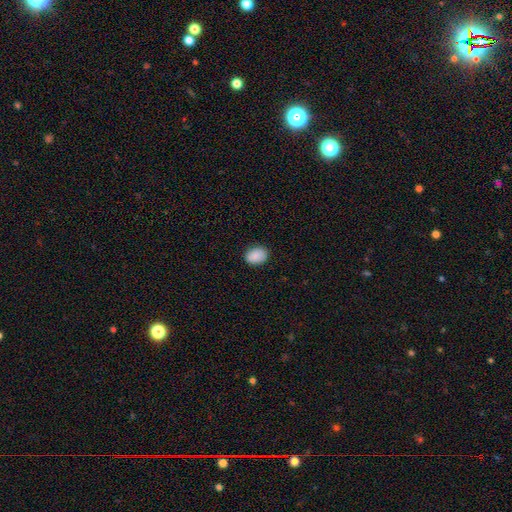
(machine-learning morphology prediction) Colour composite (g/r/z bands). It shows a smooth galaxy with no disk features (89%) that is in between round and cigar-shaped (70%). Merging: none (87%).